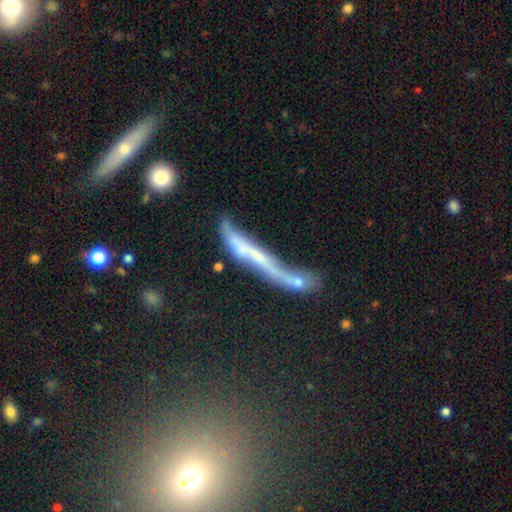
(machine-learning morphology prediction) Smooth or featured? featured or disk (55%)
Edge-on disk? yes (61%)
Merging? merger (34%)